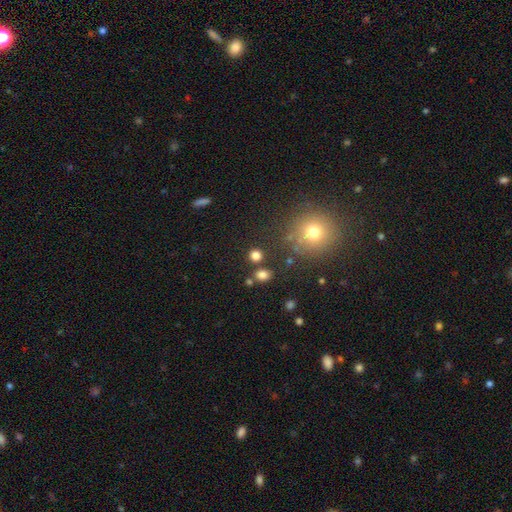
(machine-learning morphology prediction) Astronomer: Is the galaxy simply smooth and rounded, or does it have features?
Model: smooth — 79%.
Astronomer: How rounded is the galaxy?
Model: round — 79%.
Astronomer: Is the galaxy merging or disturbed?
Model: none — 80%.